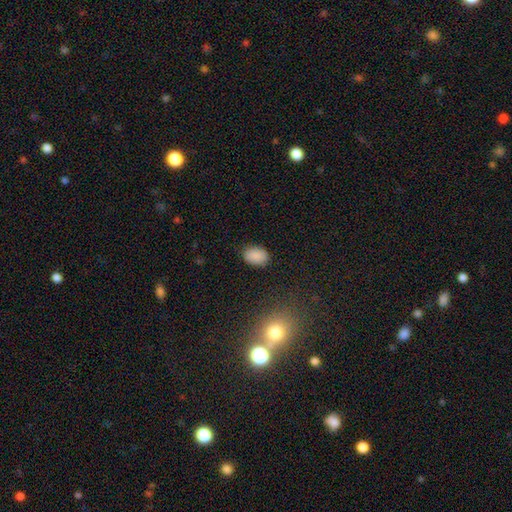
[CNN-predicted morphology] smooth 87%, star or artifact 9%, featured or disk 4%. Down the decision tree: how rounded — in between (78%); merging — none (85%).